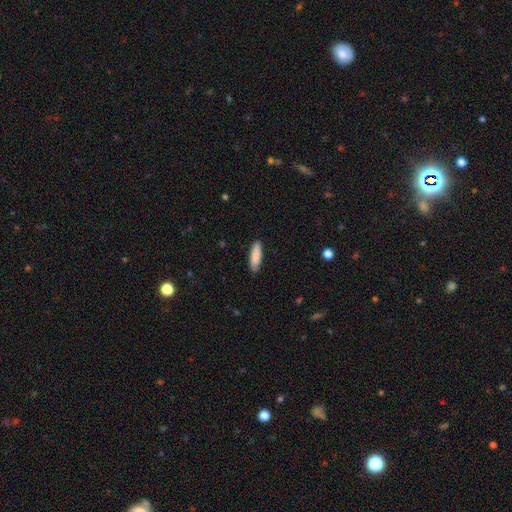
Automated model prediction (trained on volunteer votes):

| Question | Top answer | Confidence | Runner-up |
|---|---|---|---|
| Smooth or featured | smooth | 88% | featured or disk (7%) |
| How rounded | cigar-shaped | 56% | in between (43%) |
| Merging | none | 87% | minor disturbance (10%) |